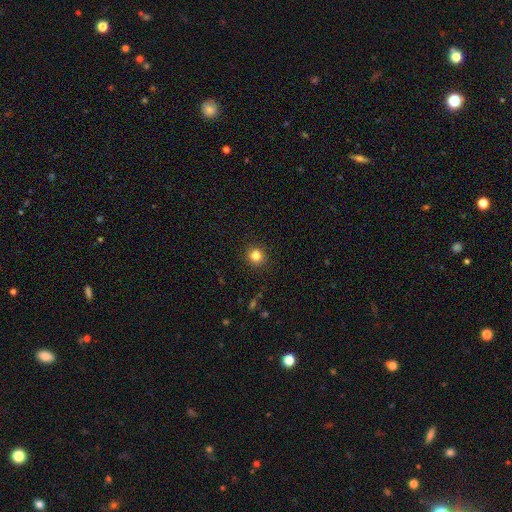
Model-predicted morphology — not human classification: Smooth or featured? smooth (83%)
How rounded? round (89%)
Merging? none (89%)